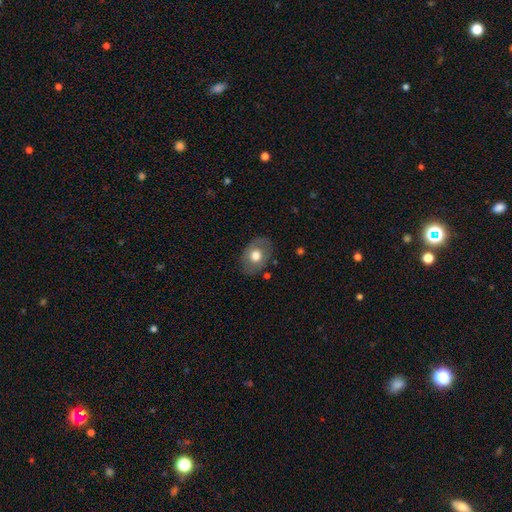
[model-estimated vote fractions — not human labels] This appears to be a smooth galaxy with no disk features (63%) that is in between round and cigar-shaped (72%). Merging: none (80%).